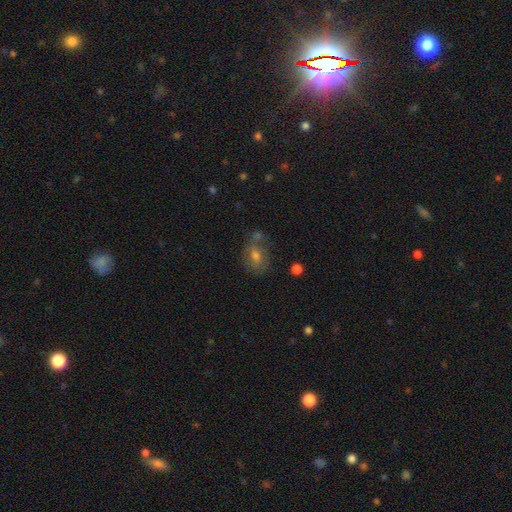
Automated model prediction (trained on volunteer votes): Smooth or featured?
  - smooth: 56% *
  - featured or disk: 28%
  - star or artifact: 16%
How rounded?
  - in between: 60% *
  - round: 38%
  - cigar-shaped: 2%
Merging?
  - none: 59% *
  - minor disturbance: 19%
  - merger: 15%
  - major disturbance: 7%